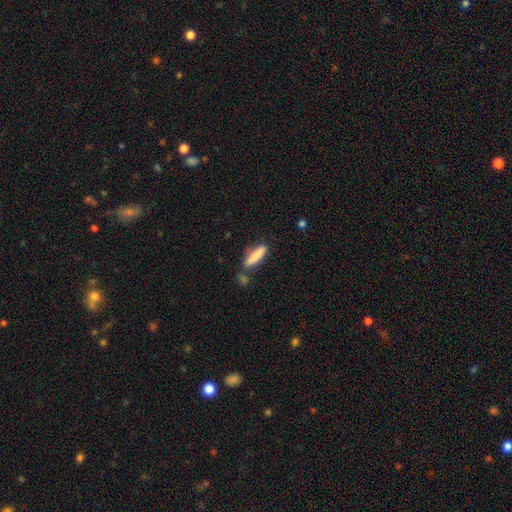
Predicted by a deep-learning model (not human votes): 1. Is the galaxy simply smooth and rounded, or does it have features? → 84% smooth, 10% featured or disk, 6% star or artifact.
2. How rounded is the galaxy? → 77% cigar-shaped, 21% in between, 2% round.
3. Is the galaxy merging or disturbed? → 75% none, 13% minor disturbance, 9% merger, 3% major disturbance.